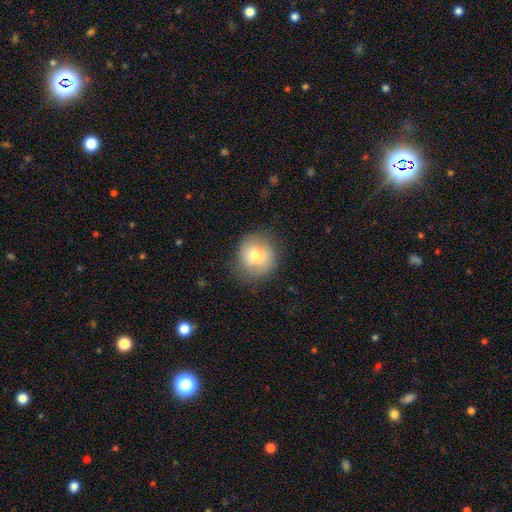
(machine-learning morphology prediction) Smooth or featured? smooth (75%)
How rounded? round (87%)
Merging? none (77%)